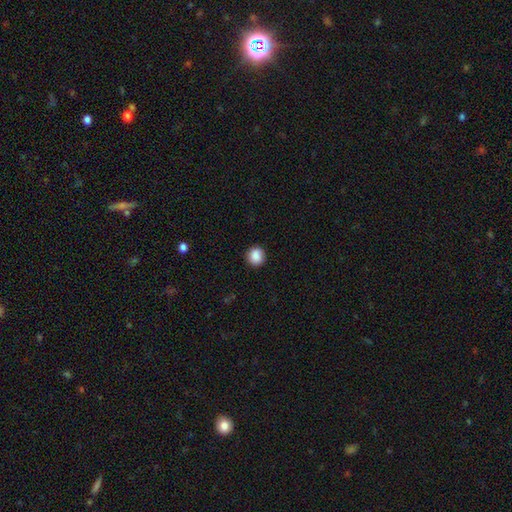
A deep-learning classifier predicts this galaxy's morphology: smooth-or-featured: smooth: 88% | star or artifact: 9% | featured or disk: 3%
  how-rounded: round: 88% | in between: 11% | cigar-shaped: 1%
  merging: none: 90% | minor disturbance: 7% | major disturbance: 2% | merger: 1%